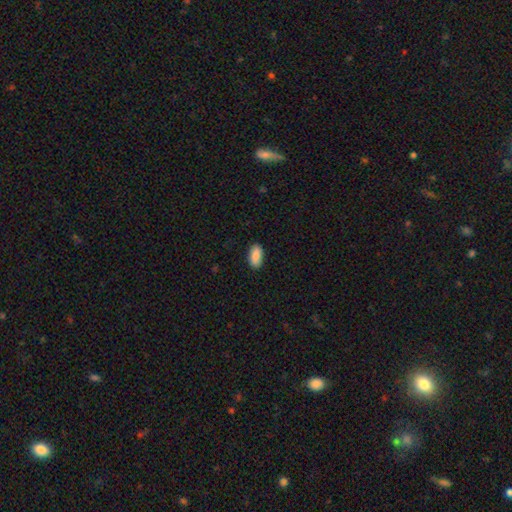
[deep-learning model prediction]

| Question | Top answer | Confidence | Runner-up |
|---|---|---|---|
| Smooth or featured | smooth | 89% | star or artifact (6%) |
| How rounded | in between | 93% | cigar-shaped (5%) |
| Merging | none | 89% | minor disturbance (8%) |